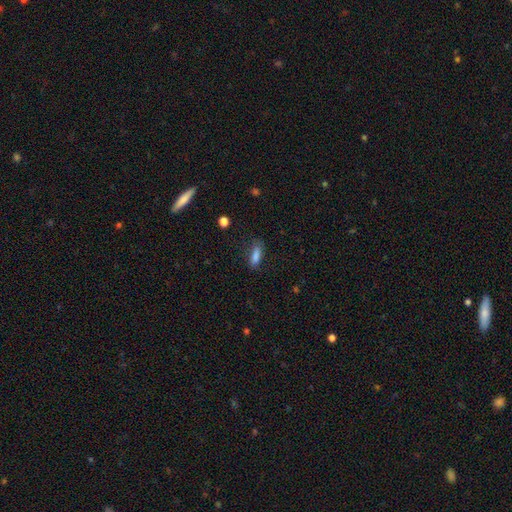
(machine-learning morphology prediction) Smooth or featured: smooth — 83% (star or artifact — 9%)
How rounded: in between — 50% (cigar-shaped — 47%)
Merging: none — 70% (minor disturbance — 20%)